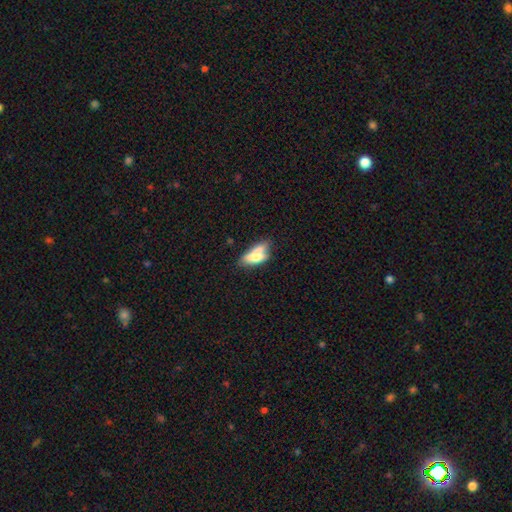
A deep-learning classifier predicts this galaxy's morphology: Smooth or featured? Predicted: smooth (p=0.61). How rounded? Predicted: in between (p=0.72). Merging? Predicted: none (p=0.35).